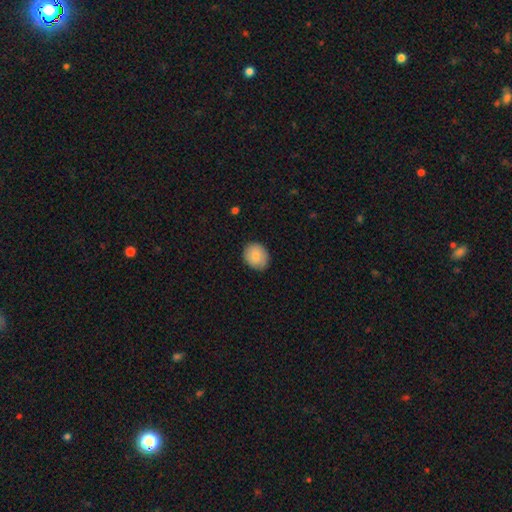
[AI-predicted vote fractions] Smooth or featured? smooth (79%)
How rounded? round (62%)
Merging? none (83%)